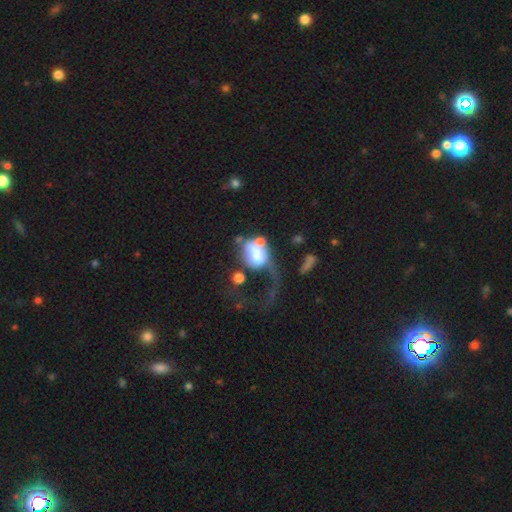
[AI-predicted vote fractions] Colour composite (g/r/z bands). It shows a smooth galaxy with no disk features (46%). Merging: major disturbance (45%).